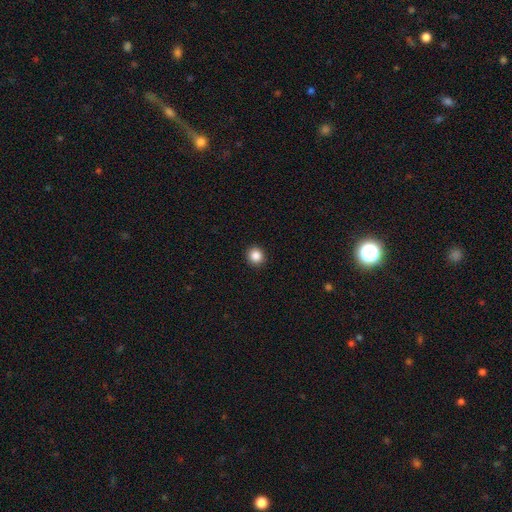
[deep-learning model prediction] Smooth or featured? smooth (86%)
How rounded? round (90%)
Merging? none (93%)